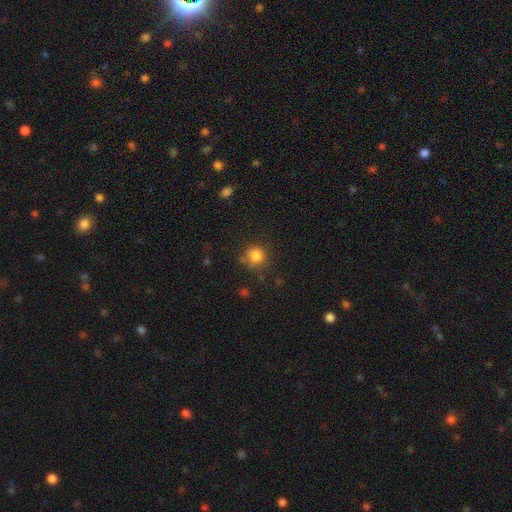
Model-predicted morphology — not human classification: smooth 83%, star or artifact 12%, featured or disk 6%. Down the decision tree: how rounded — round (87%); merging — none (71%).